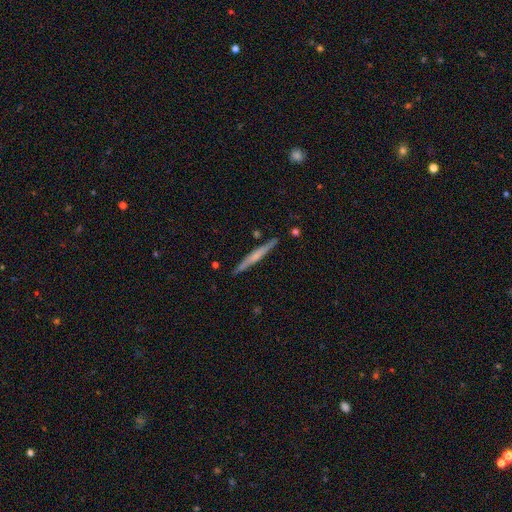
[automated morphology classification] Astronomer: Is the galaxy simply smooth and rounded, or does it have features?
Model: featured or disk — 57% (runner-up: smooth, 37%).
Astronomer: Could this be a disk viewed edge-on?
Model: yes — 97%.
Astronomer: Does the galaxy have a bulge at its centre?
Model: none — 45% (runner-up: rounded, 43%).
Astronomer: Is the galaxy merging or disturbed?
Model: none — 89%.